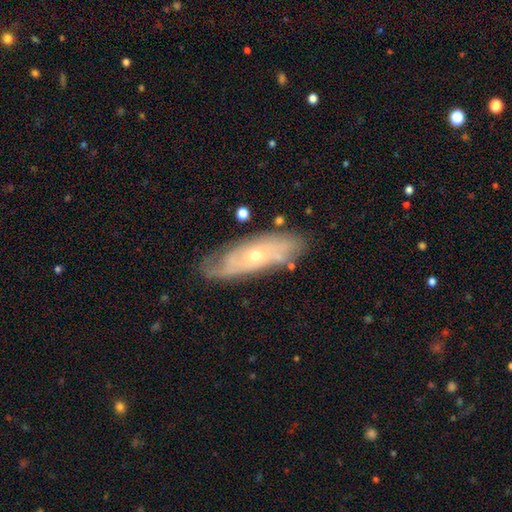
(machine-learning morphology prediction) A featured or disk galaxy (72%) with no bar (80%), spiral arms (81%) and a small central bulge (66%). Merging: none (74%).